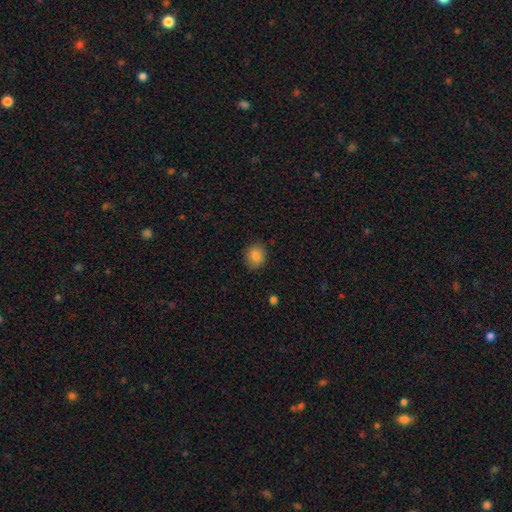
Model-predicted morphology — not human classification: smooth 85%, star or artifact 9%, featured or disk 5%. Down the decision tree: how rounded — round (67%); merging — none (86%).